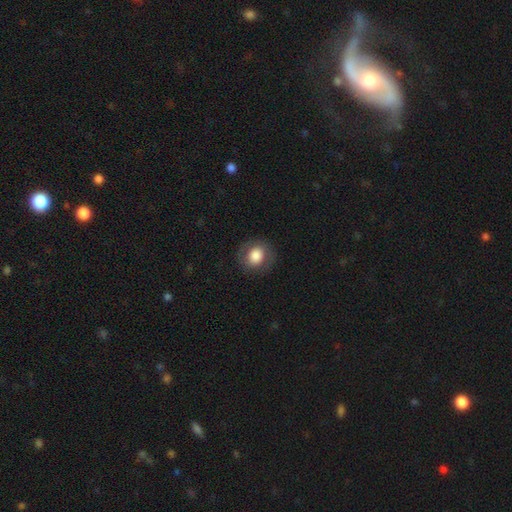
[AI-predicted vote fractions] A smooth galaxy with no disk features (75%) that is round (76%).

Vote fractions:
- Smooth or featured? smooth: 75% / featured or disk: 17% / star or artifact: 8%
- How rounded? round: 76% / in between: 23% / cigar-shaped: 1%
- Merging? none: 84% / minor disturbance: 10% / major disturbance: 5% / merger: 1%